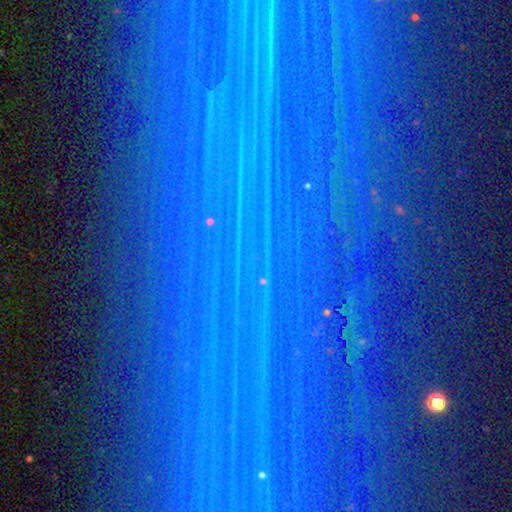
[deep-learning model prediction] smooth_or_featured: star or artifact (p=0.86) [alt: featured or disk p=0.07]